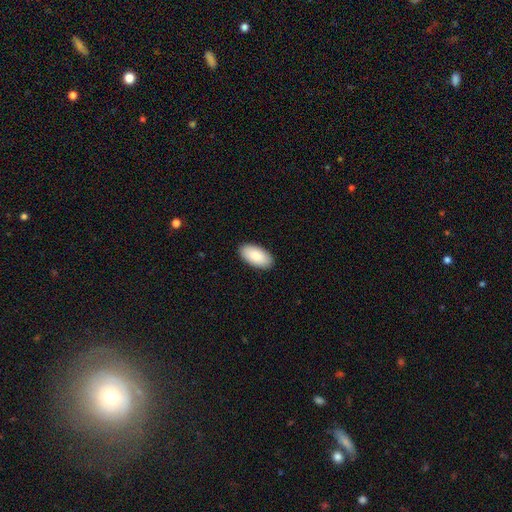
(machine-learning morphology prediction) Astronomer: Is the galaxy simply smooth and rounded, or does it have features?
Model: smooth — 87%.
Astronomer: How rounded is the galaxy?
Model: in between — 96%.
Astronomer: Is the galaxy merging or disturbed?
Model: none — 90%.